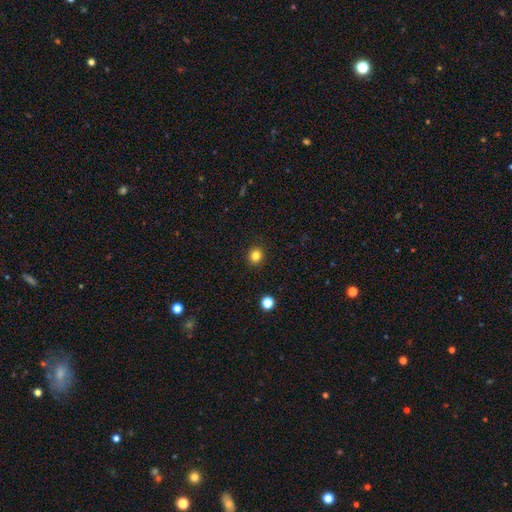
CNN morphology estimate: Smooth or featured?
  - smooth: 81% *
  - star or artifact: 13%
  - featured or disk: 5%
How rounded?
  - round: 90% *
  - in between: 9%
  - cigar-shaped: 1%
Merging?
  - none: 92% *
  - minor disturbance: 5%
  - major disturbance: 2%
  - merger: 1%